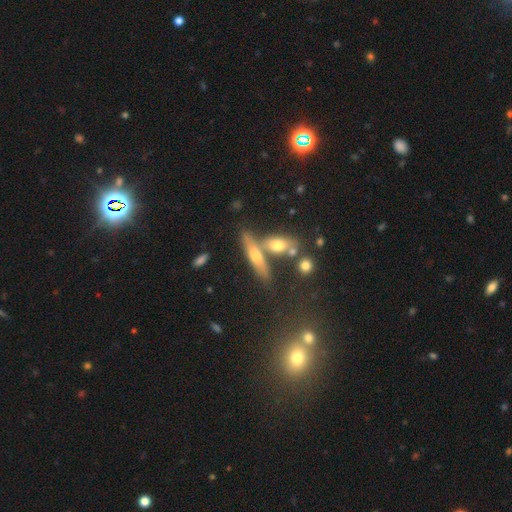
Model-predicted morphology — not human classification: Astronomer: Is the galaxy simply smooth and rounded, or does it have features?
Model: featured or disk — 47% (runner-up: smooth, 41%).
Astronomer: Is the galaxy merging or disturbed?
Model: none — 55%.